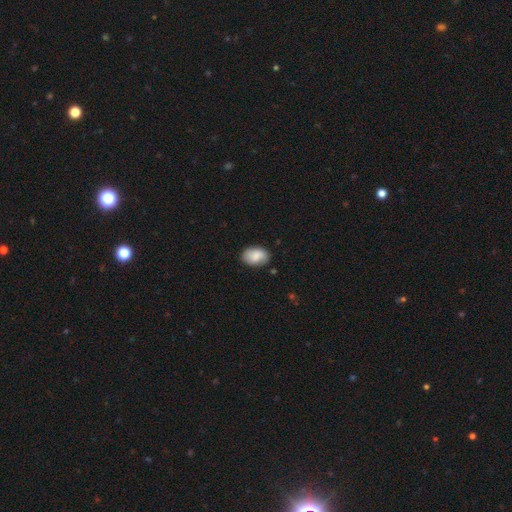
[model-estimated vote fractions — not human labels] Morphology: type=smooth (83%); roundness=in between (87%); merging=none (79%).